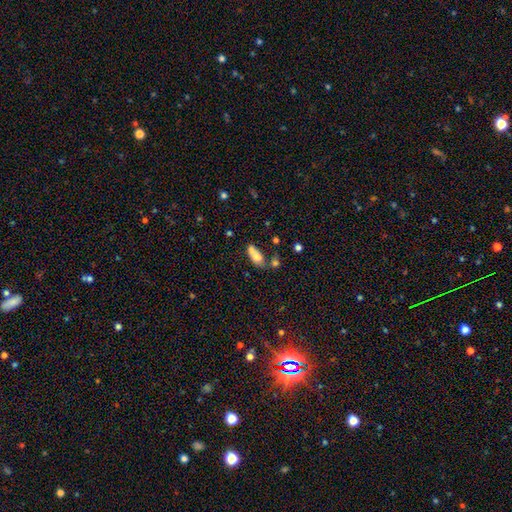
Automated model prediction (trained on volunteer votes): Smooth or featured? smooth (69%)
How rounded? in between (80%)
Merging? merger (42%)